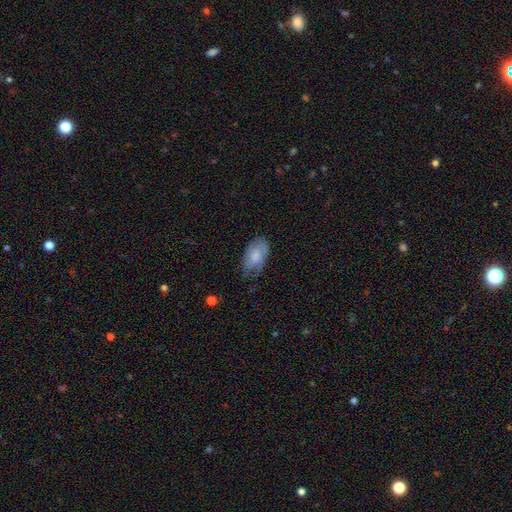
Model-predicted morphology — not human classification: Q: Smooth or featured?
A: smooth (65%); runner-up: featured or disk (29%)
Q: How rounded?
A: in between (93%); runner-up: round (5%)
Q: Merging?
A: none (54%); runner-up: minor disturbance (34%)